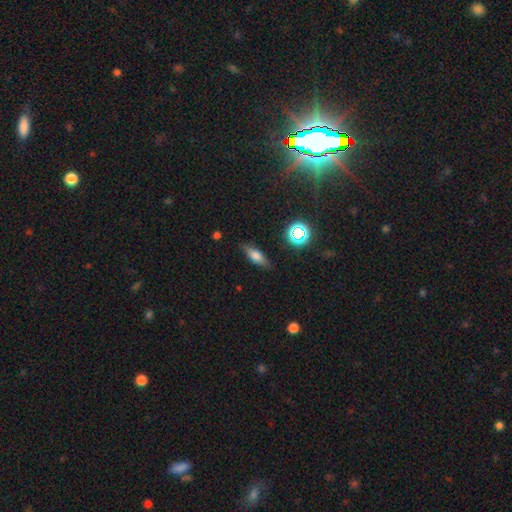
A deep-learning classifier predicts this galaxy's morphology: Overall: smooth (64%). How rounded: in between (60%; cigar-shaped 36%). Merging: none (83%).